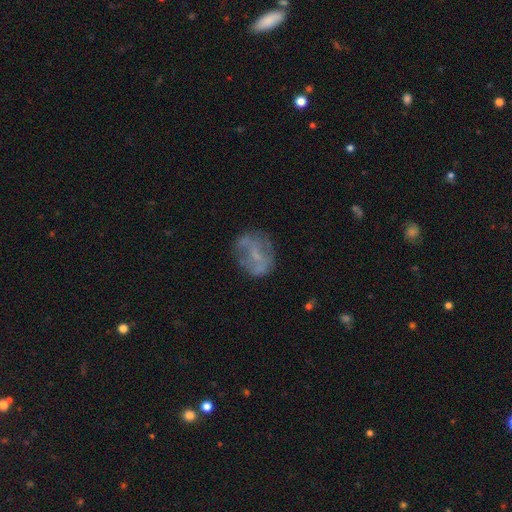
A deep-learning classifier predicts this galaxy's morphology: A featured or disk galaxy (54%) with no bar (58%), no spiral arms (65%) and a small central bulge (43%). Merging: none (62%).